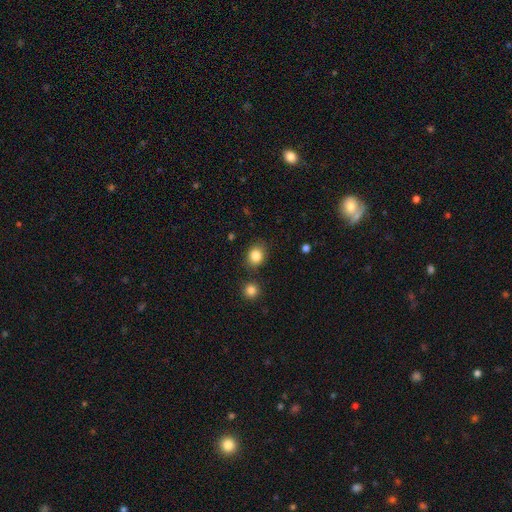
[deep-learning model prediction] Overall: smooth (85%). How rounded: round (58%; in between 42%). Merging: none (82%).